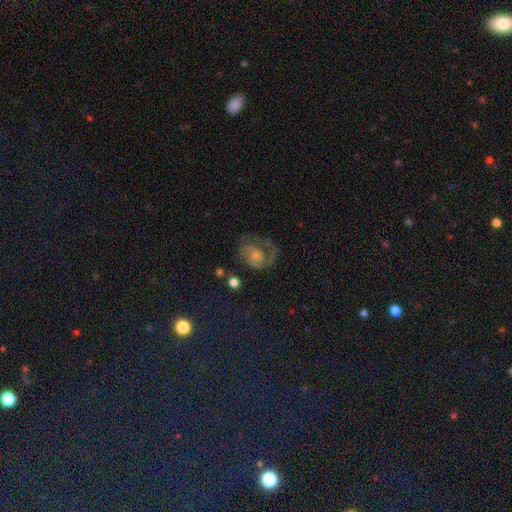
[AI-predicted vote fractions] A featured or disk galaxy (70%) with no bar (72%), 1 (43%) medium (45%) spiral arms (87%) and a small central bulge (50%).

Vote fractions:
- Smooth or featured? featured or disk: 70% / smooth: 21% / star or artifact: 9%
- Edge-on disk? no: 98% / yes: 2%
- Bar? no: 72% / weak: 24% / strong: 4%
- Spiral arms? yes: 87% / no: 13%
- Spiral winding? medium: 45% / tight: 28% / loose: 27%
- Spiral arm count? 1: 43% / 2: 39% / can't tell: 11% / 3: 3% / 4: 2% / more than 4: 2%
- Bulge size? small: 50% / moderate: 35% / none: 9% / large: 5% / dominant: 2%
- Merging? none: 39% / major disturbance: 38% / minor disturbance: 20% / merger: 3%